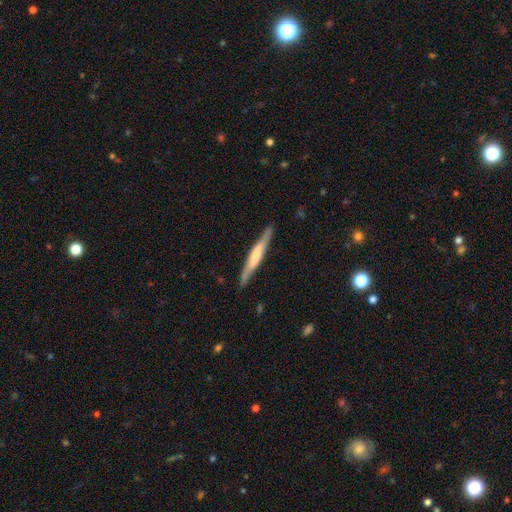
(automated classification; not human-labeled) smooth-or-featured: featured or disk: 52% | smooth: 44% | star or artifact: 5%
  disk-edge-on: yes: 94% | no: 6%
  merging: none: 86% | minor disturbance: 11% | major disturbance: 2% | merger: 1%